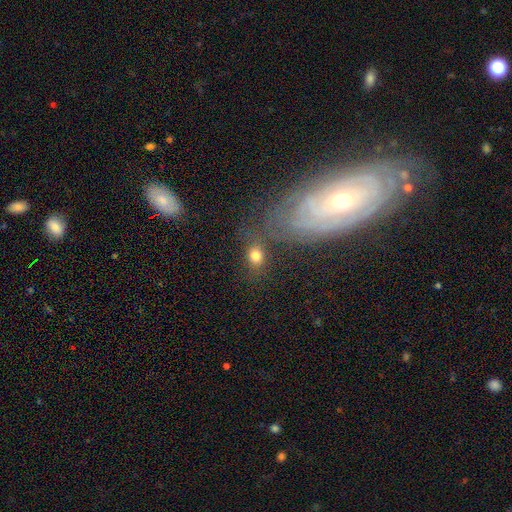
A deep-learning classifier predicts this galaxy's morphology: Overall: smooth (76%). How rounded: in between (50%; round 48%). Merging: none (67%).